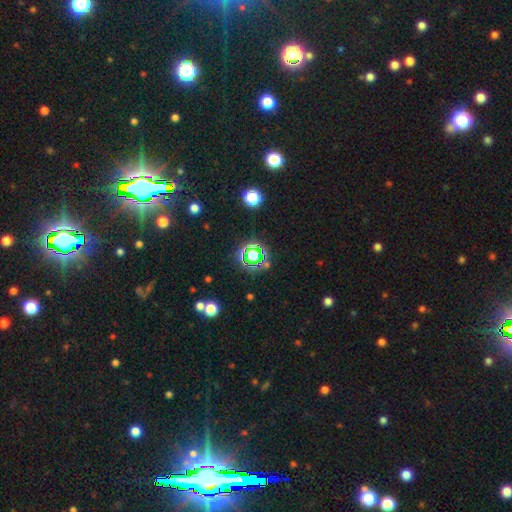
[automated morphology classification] A star or artifact, not a galaxy (62%).

Vote fractions:
- Smooth or featured? star or artifact: 62% / smooth: 27% / featured or disk: 11%